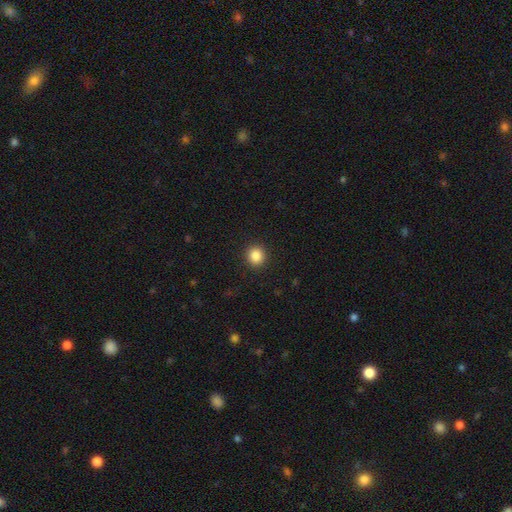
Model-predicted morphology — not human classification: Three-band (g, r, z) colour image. It shows a smooth galaxy with no disk features (86%) that is round (91%). Merging: none (92%).